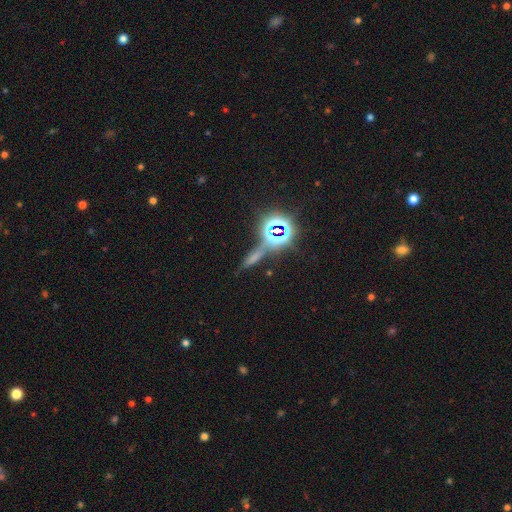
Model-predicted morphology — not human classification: smooth_or_featured: star or artifact (p=0.48) [alt: smooth p=0.36]